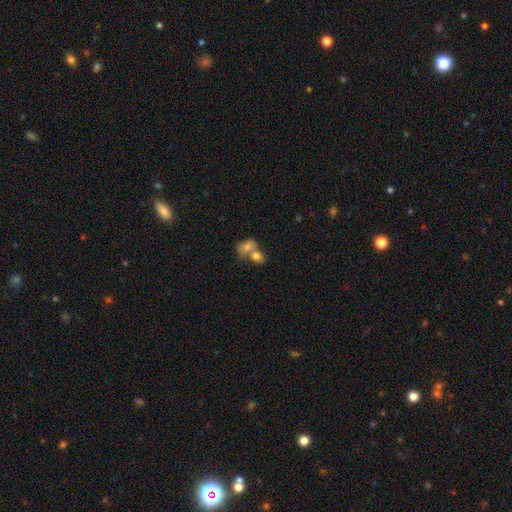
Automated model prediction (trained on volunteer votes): Smooth or featured: smooth — 75% (featured or disk — 16%)
How rounded: in between — 61% (round — 37%)
Merging: merger — 68% (none — 20%)